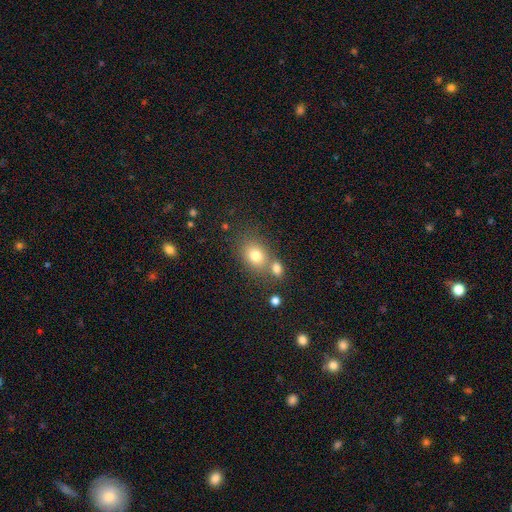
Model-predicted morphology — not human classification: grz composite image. It shows a smooth galaxy with no disk features (77%) that is in between round and cigar-shaped (60%). Merging: none (52%).